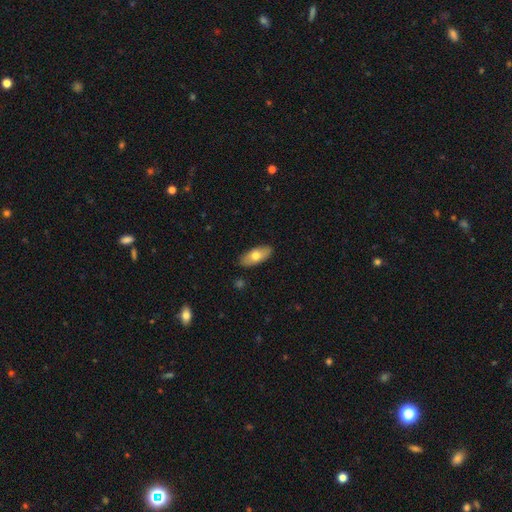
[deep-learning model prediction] The model was most divided on "smooth or featured": smooth: 69%, featured or disk: 25%, star or artifact: 6%. More confident: merging — none (87%); how rounded — in between (84%).